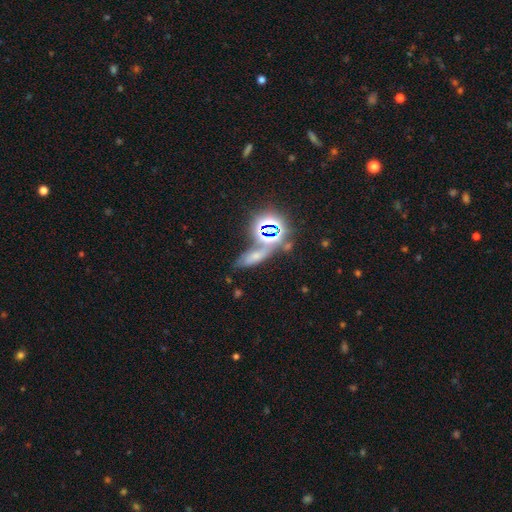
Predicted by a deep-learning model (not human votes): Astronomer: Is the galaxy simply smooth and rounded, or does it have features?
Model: smooth — 46% (runner-up: star or artifact, 36%).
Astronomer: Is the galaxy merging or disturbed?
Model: none — 49%.